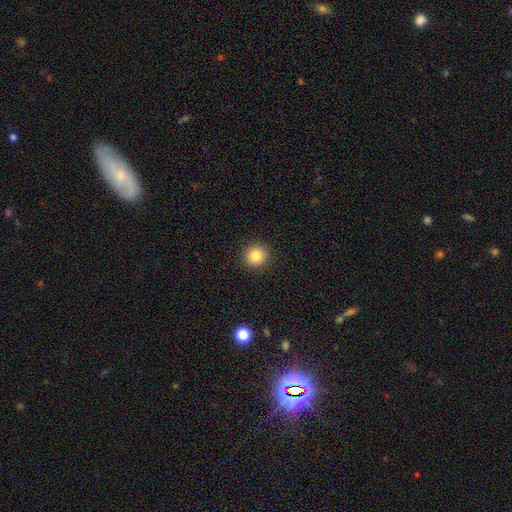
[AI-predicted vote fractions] Smooth or featured? smooth (83%)
How rounded? round (94%)
Merging? none (92%)